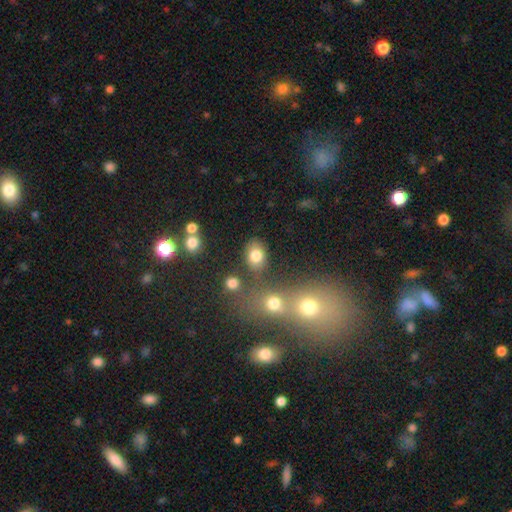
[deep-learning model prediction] Overall: smooth (79%). How rounded: in between (62%; round 36%). Merging: none (72%).